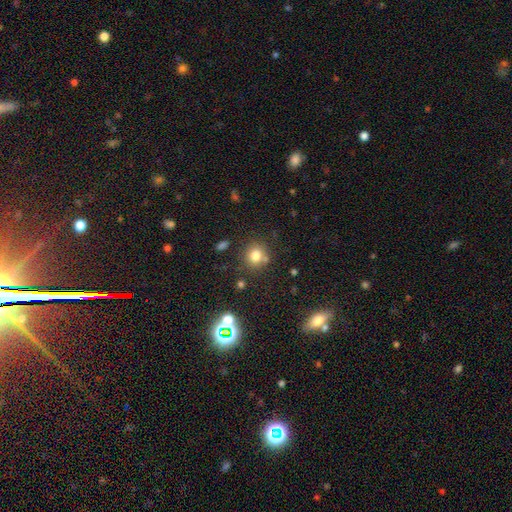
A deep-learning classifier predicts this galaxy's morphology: Smooth or featured? Predicted: smooth (p=0.77). How rounded? Predicted: round (p=0.84). Merging? Predicted: none (p=0.72).